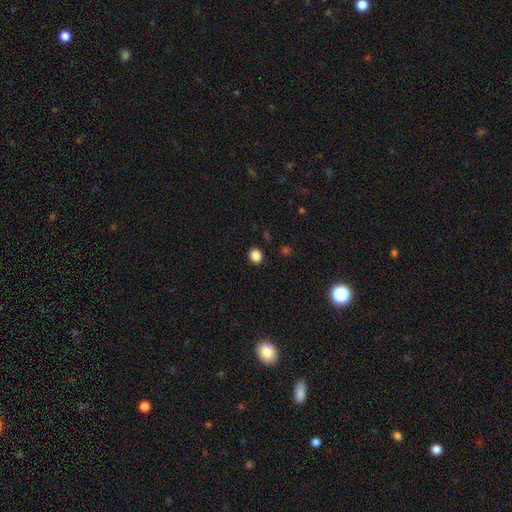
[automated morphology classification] Smooth or featured? Predicted: smooth (p=0.86). How rounded? Predicted: round (p=0.72). Merging? Predicted: none (p=0.91).